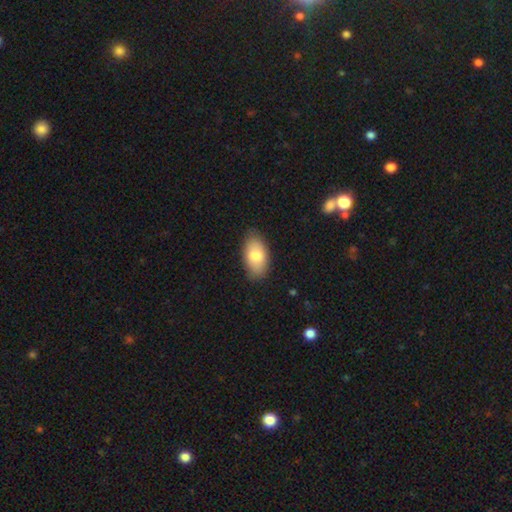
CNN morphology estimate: smooth_or_featured: smooth (p=0.78) [alt: featured or disk p=0.16]
how_rounded: in between (p=0.93) [alt: round p=0.04]
merging: none (p=0.83) [alt: minor disturbance p=0.13]